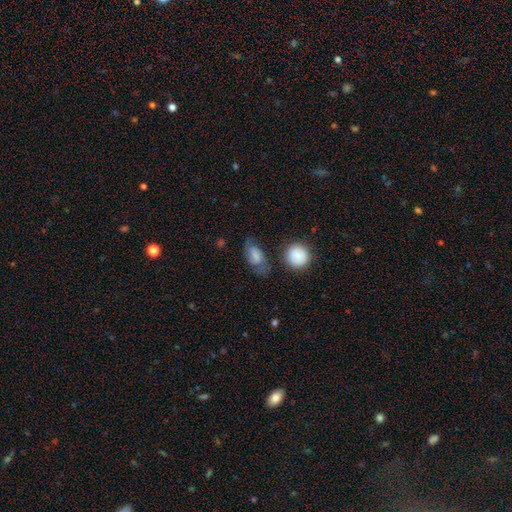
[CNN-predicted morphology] This appears to be a smooth galaxy with no disk features (57%) that is in between round and cigar-shaped (81%). Merging: none (56%).